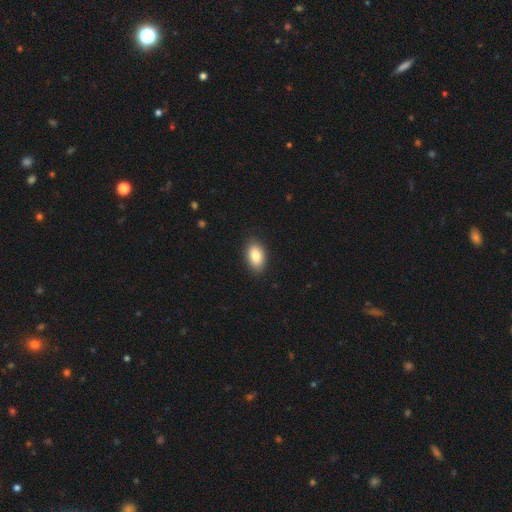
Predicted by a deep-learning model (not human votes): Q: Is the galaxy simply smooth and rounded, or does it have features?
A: smooth — 85%.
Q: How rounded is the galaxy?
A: in between — 91%.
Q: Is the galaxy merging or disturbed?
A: none — 88%.